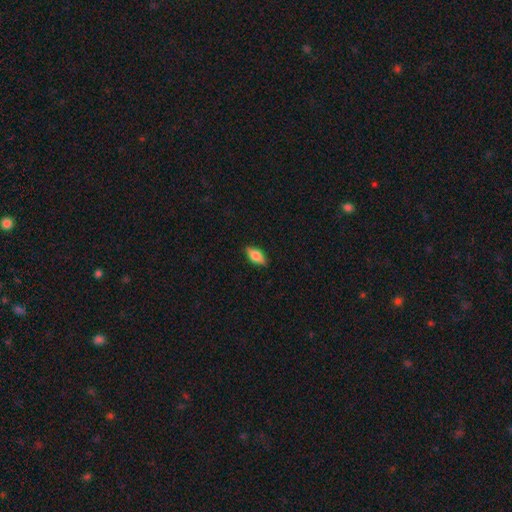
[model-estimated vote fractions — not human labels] Morphology: type=smooth (69%); roundness=in between (83%); merging=none (85%).